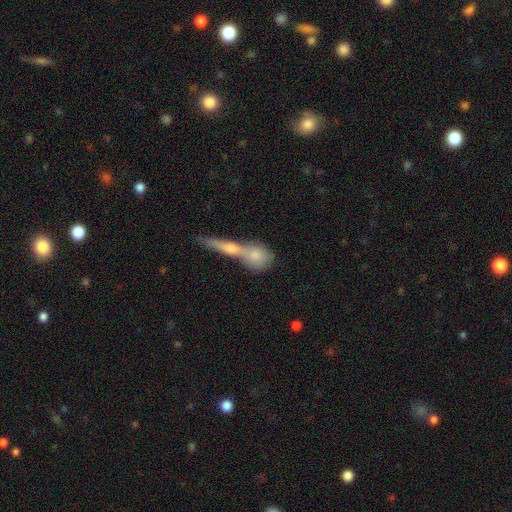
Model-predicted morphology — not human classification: smooth 71%, featured or disk 22%, star or artifact 8%. Down the decision tree: how rounded — round (55%); merging — merger (51%).